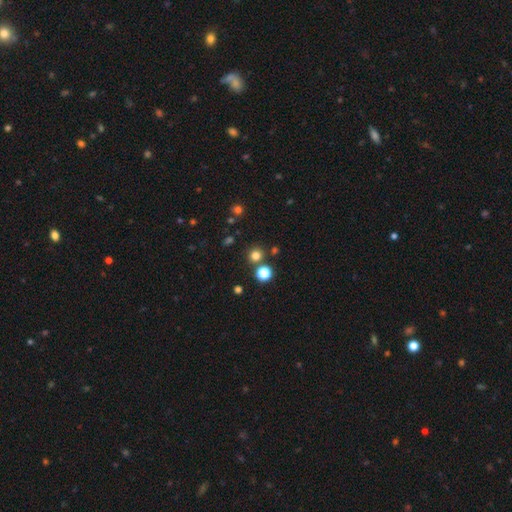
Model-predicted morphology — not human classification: Smooth or featured? smooth (75%)
How rounded? round (91%)
Merging? none (81%)